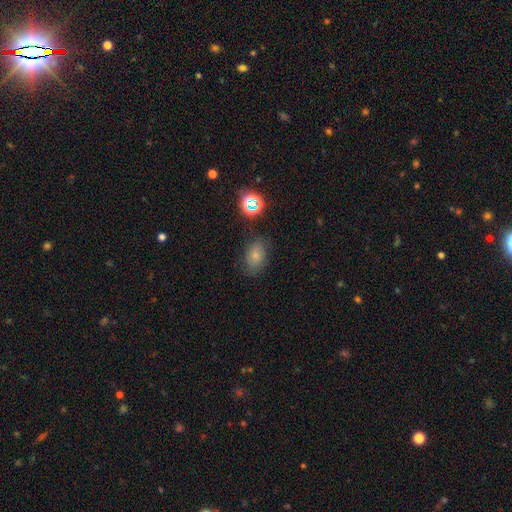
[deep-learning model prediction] This is likely a smooth galaxy (66%). How rounded: likely in between (80%). Merging: likely none (72%).